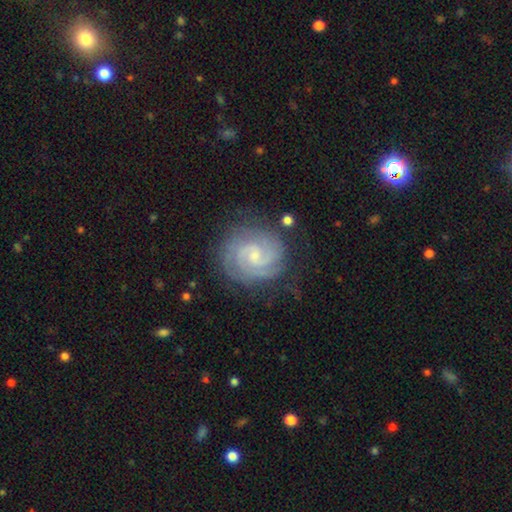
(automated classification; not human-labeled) Smooth or featured: featured or disk — 82% (smooth — 10%)
Edge-on disk: no — 98% (yes — 2%)
Bar: weak — 46% (no — 44%)
Spiral arms: yes — 97% (no — 3%)
Spiral winding: tight — 69% (medium — 26%)
Spiral arm count: 2 — 57% (can't tell — 16%)
Bulge size: small — 63% (moderate — 29%)
Merging: none — 80% (minor disturbance — 14%)